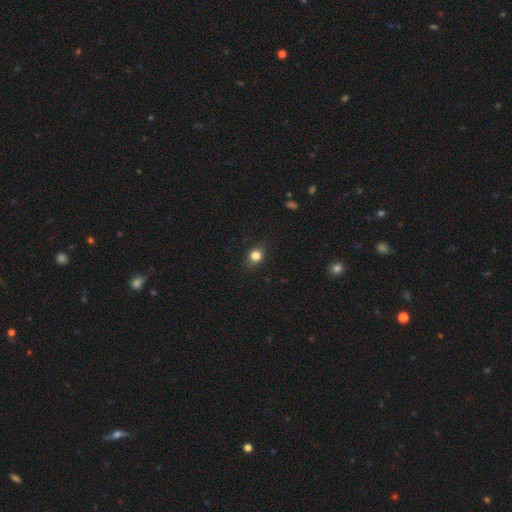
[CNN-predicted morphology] Q: Smooth or featured?
A: smooth (81%); runner-up: star or artifact (12%)
Q: How rounded?
A: round (62%); runner-up: in between (36%)
Q: Merging?
A: none (84%); runner-up: minor disturbance (12%)